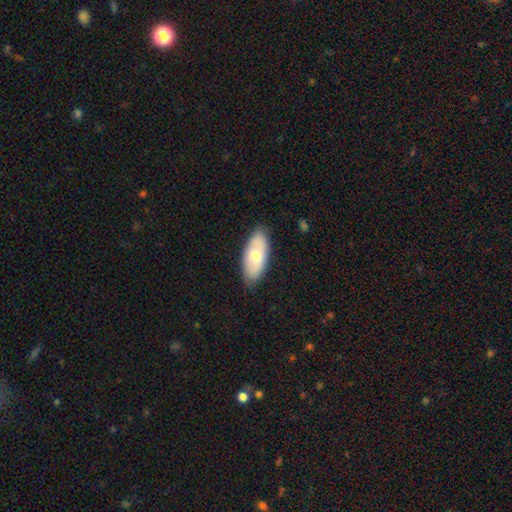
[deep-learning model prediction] This is likely a smooth galaxy (62%). How rounded: clearly in between (89%). Merging: clearly none (81%).